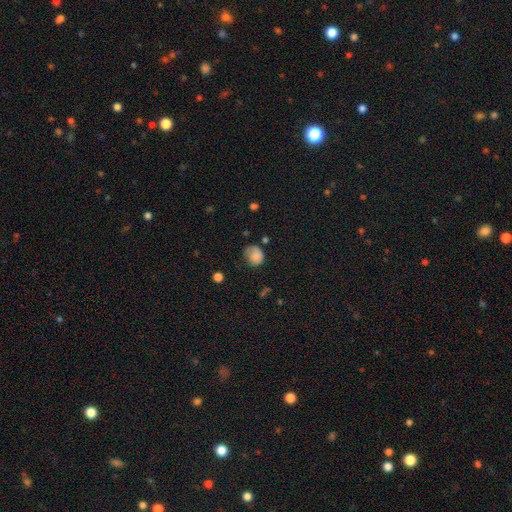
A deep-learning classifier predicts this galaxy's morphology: This appears to be a smooth galaxy with no disk features (78%) that is round (67%). Merging: none (53%).